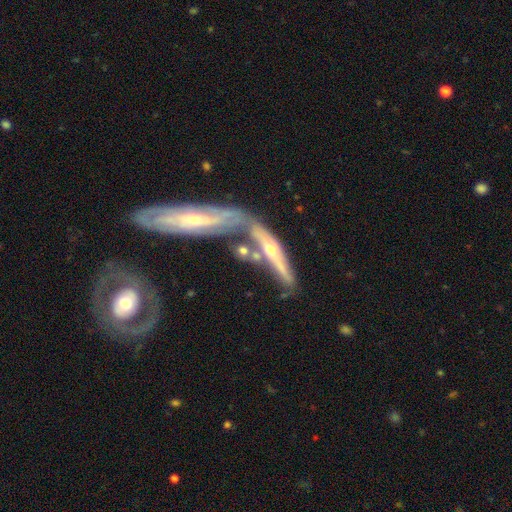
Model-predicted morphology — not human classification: Q: Smooth or featured?
A: featured or disk (70%); runner-up: smooth (23%)
Q: Edge-on disk?
A: yes (79%); runner-up: no (21%)
Q: Edge-on bulge?
A: rounded (88%); runner-up: none (9%)
Q: Merging?
A: merger (43%); runner-up: none (35%)